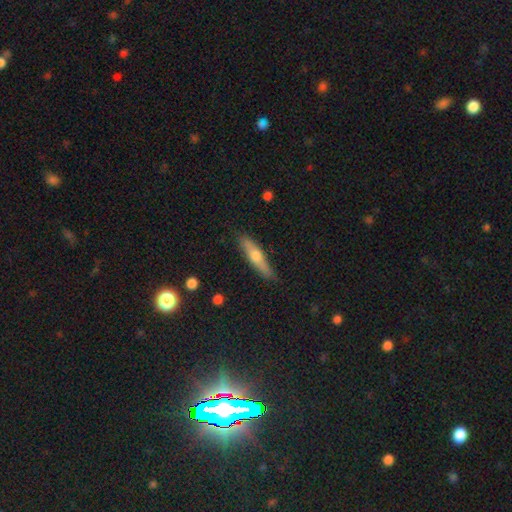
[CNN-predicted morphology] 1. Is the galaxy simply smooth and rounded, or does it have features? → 49% featured or disk, 45% smooth, 6% star or artifact.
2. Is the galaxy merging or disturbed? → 84% none, 12% minor disturbance, 2% major disturbance, 1% merger.